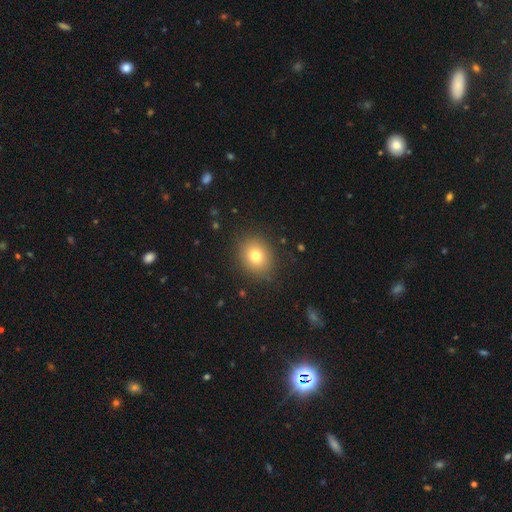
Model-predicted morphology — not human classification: smooth-or-featured: smooth: 78% | star or artifact: 12% | featured or disk: 10%
  how-rounded: round: 71% | in between: 28% | cigar-shaped: 1%
  merging: none: 87% | minor disturbance: 8% | major disturbance: 3% | merger: 1%